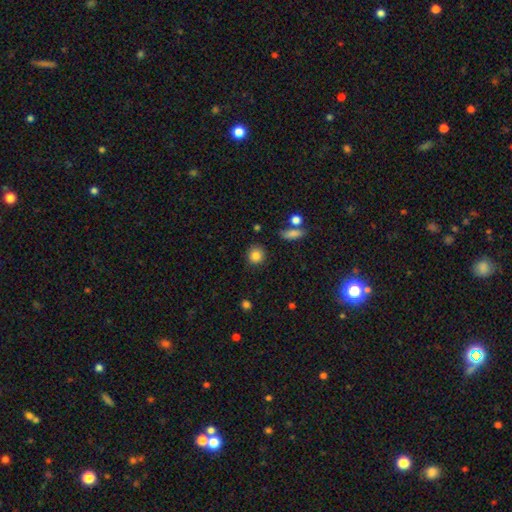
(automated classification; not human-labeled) A smooth galaxy with no disk features (84%) that is round (87%). Merging: none (85%).